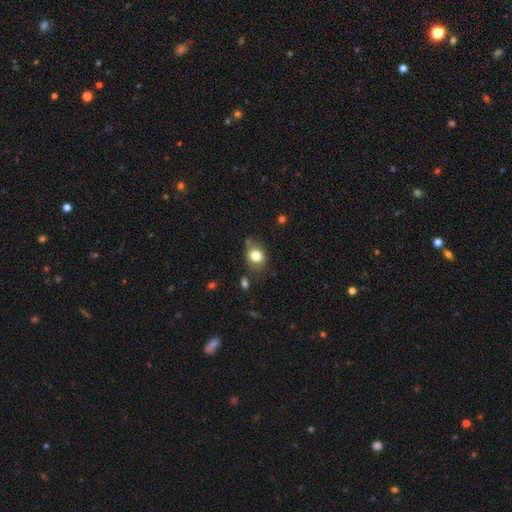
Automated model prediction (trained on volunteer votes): This is likely a smooth galaxy (79%). How rounded: possibly round (54%). Merging: likely none (70%).